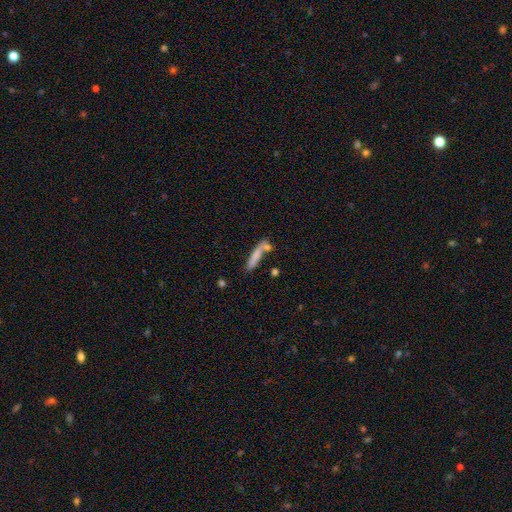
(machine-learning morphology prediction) A smooth galaxy with no disk features (72%) that is cigar-shaped (87%).

Vote fractions:
- Smooth or featured? smooth: 72% / featured or disk: 21% / star or artifact: 7%
- How rounded? cigar-shaped: 87% / in between: 11% / round: 2%
- Merging? none: 56% / merger: 22% / minor disturbance: 16% / major disturbance: 6%